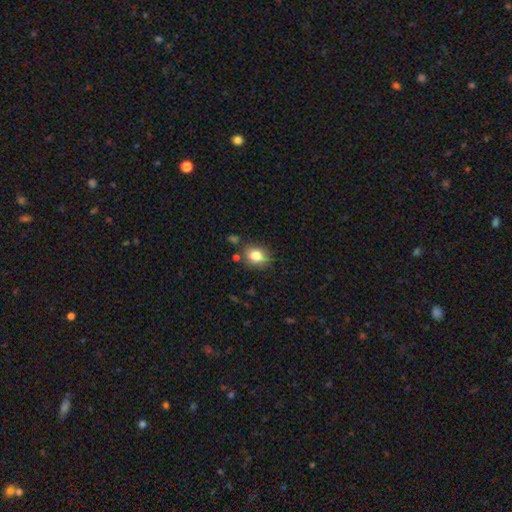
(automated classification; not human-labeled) smooth 81%, star or artifact 10%, featured or disk 9%. Down the decision tree: how rounded — in between (54%); merging — none (79%).